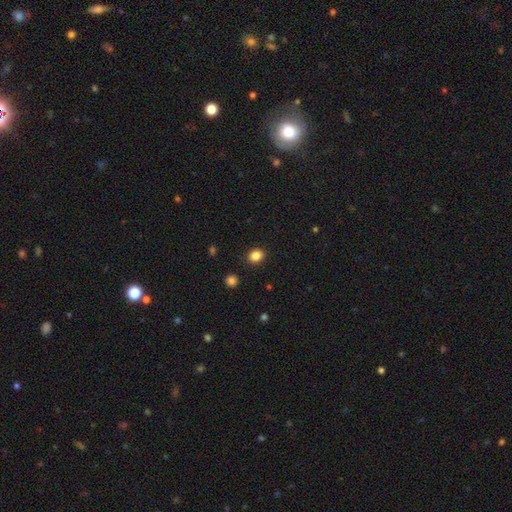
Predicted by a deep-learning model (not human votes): Morphology: type=smooth (85%); roundness=round (64%); merging=none (90%).